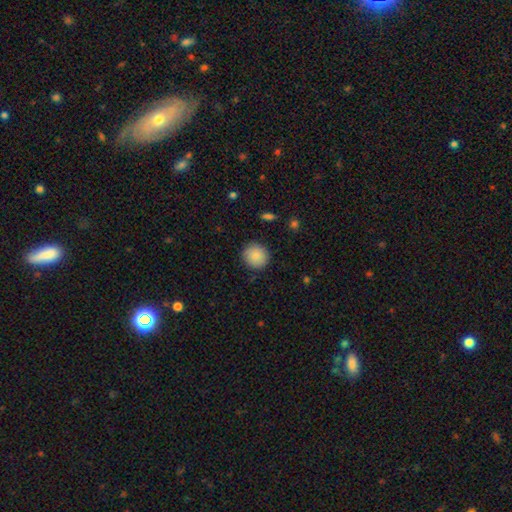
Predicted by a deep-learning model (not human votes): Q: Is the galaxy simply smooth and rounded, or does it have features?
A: smooth — 86%.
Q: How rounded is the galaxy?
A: round — 93%.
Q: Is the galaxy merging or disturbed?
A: none — 88%.